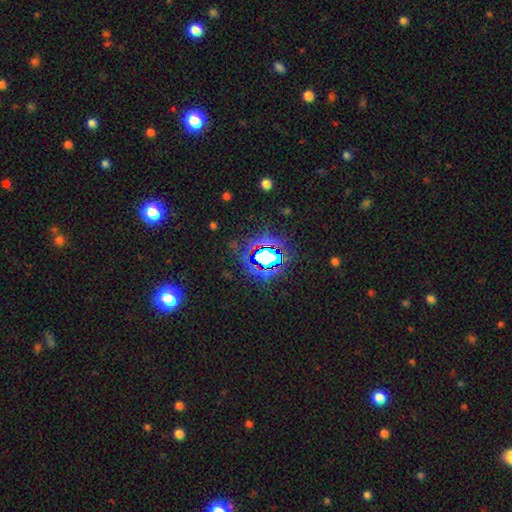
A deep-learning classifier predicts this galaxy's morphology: type=star or artifact (81%).